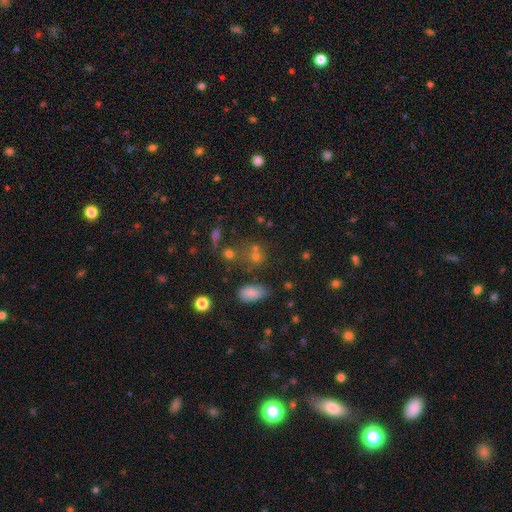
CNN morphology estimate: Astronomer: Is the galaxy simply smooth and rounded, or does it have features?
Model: smooth — 53% (runner-up: star or artifact, 34%).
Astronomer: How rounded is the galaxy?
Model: round — 66%.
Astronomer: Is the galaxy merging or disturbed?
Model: none — 55%.